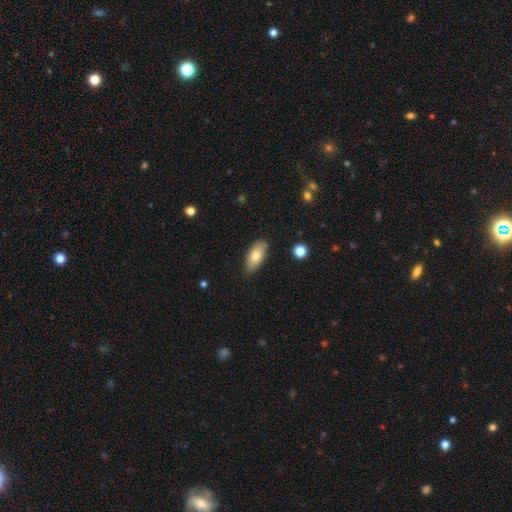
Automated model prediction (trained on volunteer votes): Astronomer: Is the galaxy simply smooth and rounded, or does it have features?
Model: smooth — 75%.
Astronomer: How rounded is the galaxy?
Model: in between — 87%.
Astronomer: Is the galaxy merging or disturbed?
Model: none — 82%.